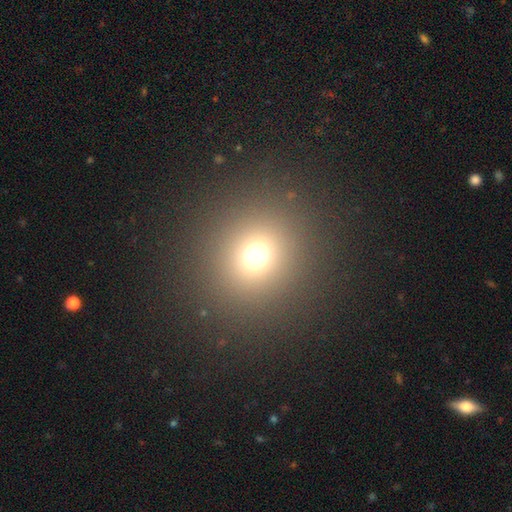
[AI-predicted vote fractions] This is likely a smooth galaxy (69%). How rounded: clearly round (91%). Merging: clearly none (91%).